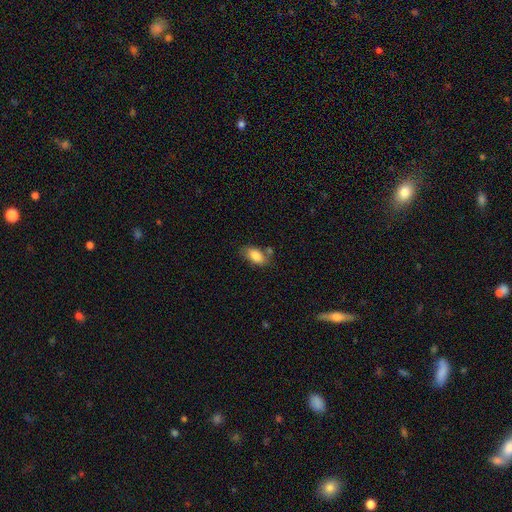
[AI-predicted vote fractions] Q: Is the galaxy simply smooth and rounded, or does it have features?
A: smooth — 83%.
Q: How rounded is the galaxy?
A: in between — 91%.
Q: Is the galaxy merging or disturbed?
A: none — 64%.